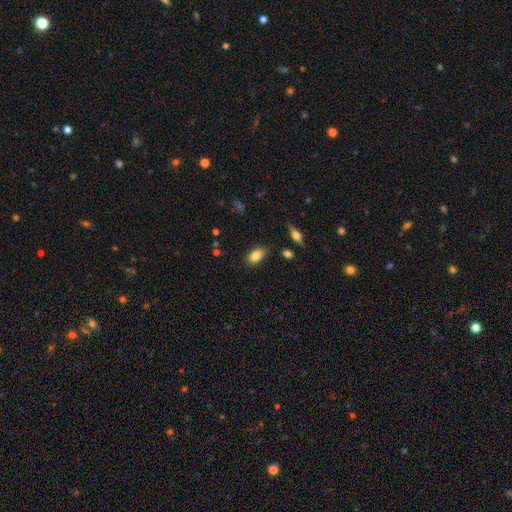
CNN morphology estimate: This is clearly a smooth galaxy (83%). How rounded: clearly in between (90%). Merging: likely none (80%).